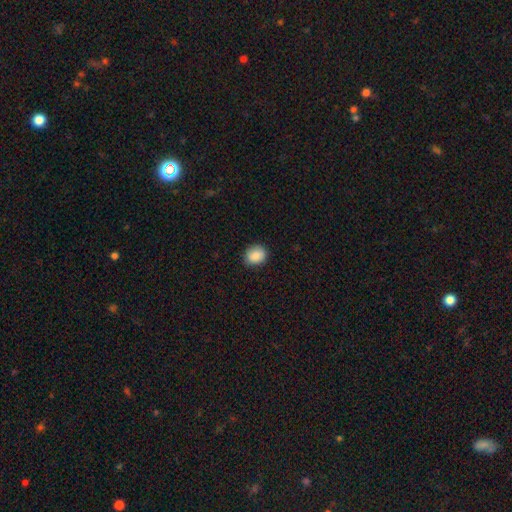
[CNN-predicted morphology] Smooth or featured? Predicted: smooth (p=0.88). How rounded? Predicted: round (p=0.60). Merging? Predicted: none (p=0.88).